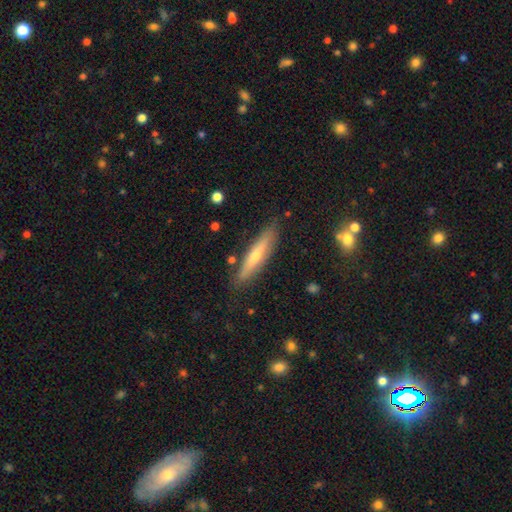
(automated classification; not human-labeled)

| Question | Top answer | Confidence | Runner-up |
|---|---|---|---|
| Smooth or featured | featured or disk | 47% | smooth (46%) |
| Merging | none | 84% | minor disturbance (11%) |